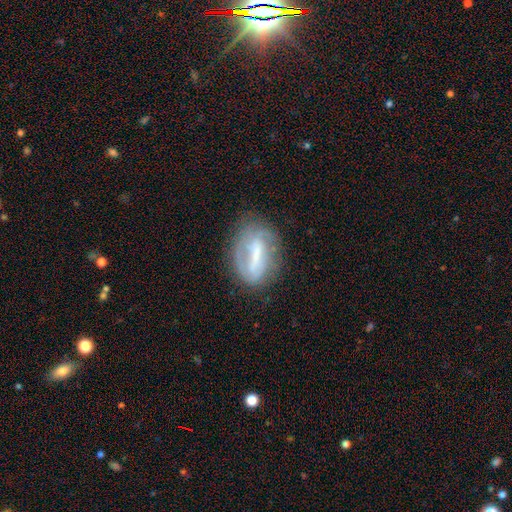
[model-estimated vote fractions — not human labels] Morphology: type=featured or disk (61%); edge-on=no (92%); bar=strong (60%); spiral arms=yes (58%); bulge=small (33%); merging=none (60%).